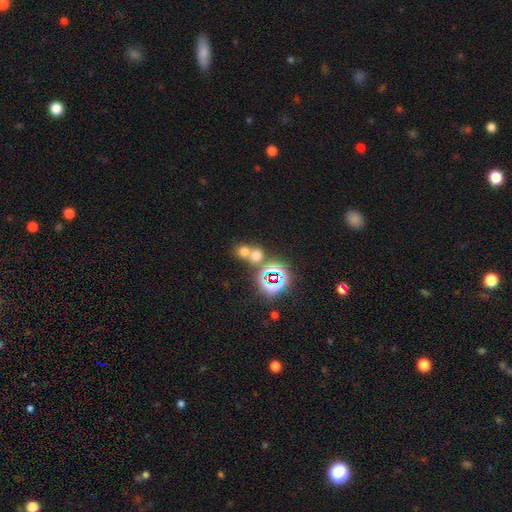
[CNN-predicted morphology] A smooth galaxy with no disk features (56%) that is round (72%).

Vote fractions:
- Smooth or featured? smooth: 56% / star or artifact: 35% / featured or disk: 9%
- How rounded? round: 72% / in between: 27% / cigar-shaped: 2%
- Merging? none: 47% / merger: 42% / minor disturbance: 7% / major disturbance: 4%